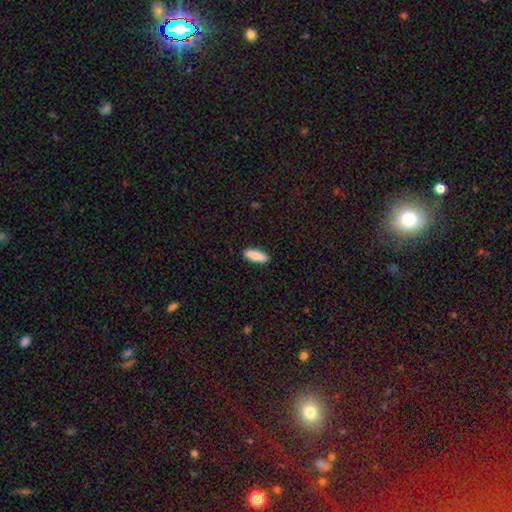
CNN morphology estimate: smooth 86%, featured or disk 8%, star or artifact 6%. Down the decision tree: how rounded — in between (55%); merging — none (90%).